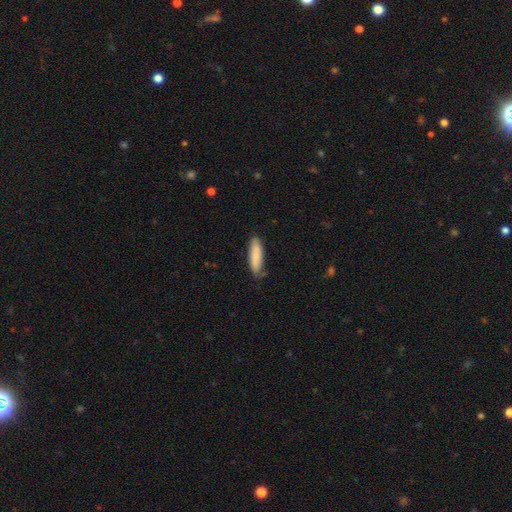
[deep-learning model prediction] Smooth or featured? Predicted: smooth (p=0.83). How rounded? Predicted: cigar-shaped (p=0.57). Merging? Predicted: none (p=0.73).